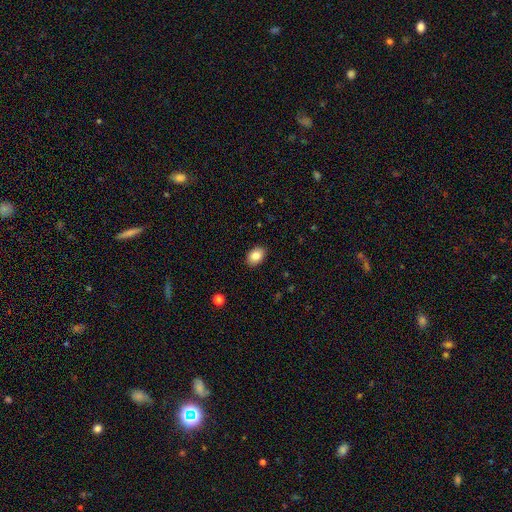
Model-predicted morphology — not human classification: Overall: smooth (85%). How rounded: in between (77%). Merging: none (89%).